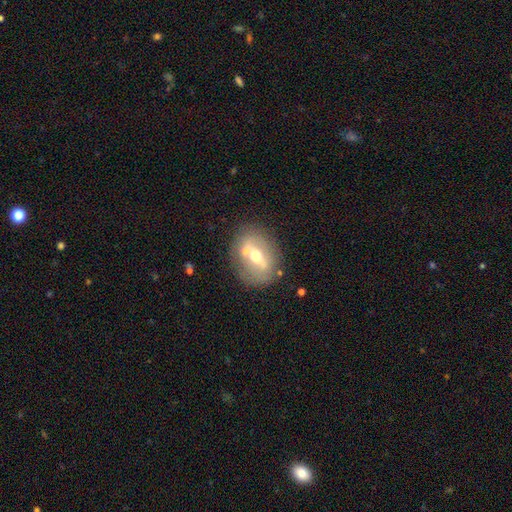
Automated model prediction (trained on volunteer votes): smooth-or-featured: featured or disk: 54% | smooth: 36% | star or artifact: 10%
  disk-edge-on: no: 87% | yes: 13%
  merging: none: 69% | merger: 13% | minor disturbance: 13% | major disturbance: 4%